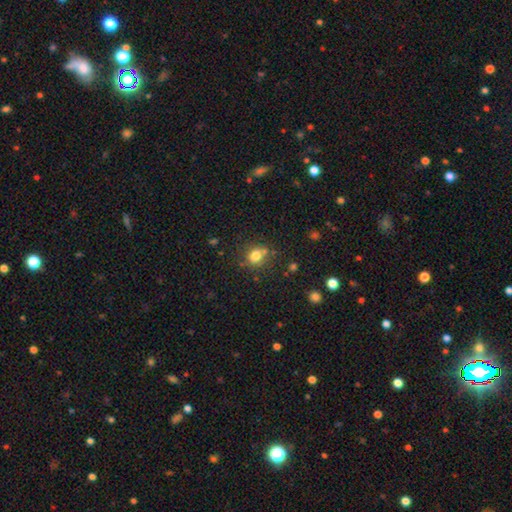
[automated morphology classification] A smooth galaxy with no disk features (78%) that is round (75%).

Vote fractions:
- Smooth or featured? smooth: 78% / star or artifact: 14% / featured or disk: 8%
- How rounded? round: 75% / in between: 24% / cigar-shaped: 1%
- Merging? none: 71% / minor disturbance: 14% / merger: 10% / major disturbance: 4%